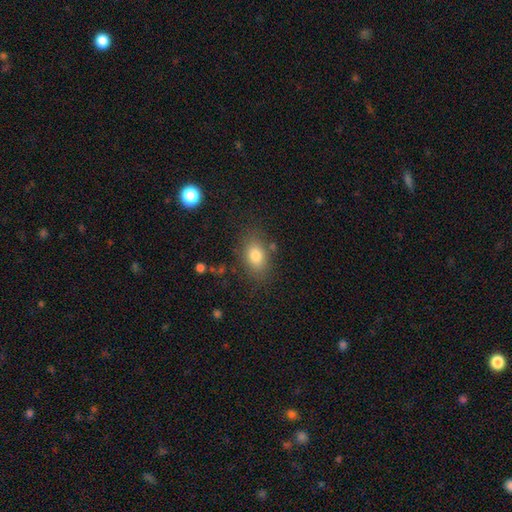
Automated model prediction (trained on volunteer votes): Smooth or featured: smooth — 79% (featured or disk — 11%)
How rounded: in between — 82% (round — 16%)
Merging: none — 79% (minor disturbance — 13%)